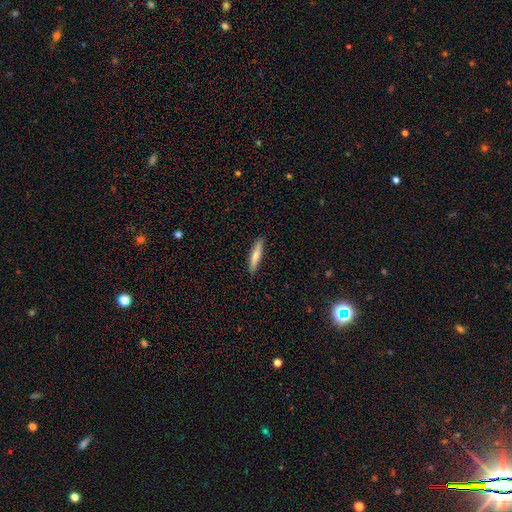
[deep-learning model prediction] The model was most divided on "smooth or featured": smooth: 75%, featured or disk: 20%, star or artifact: 6%. More confident: merging — none (89%); how rounded — cigar-shaped (86%).